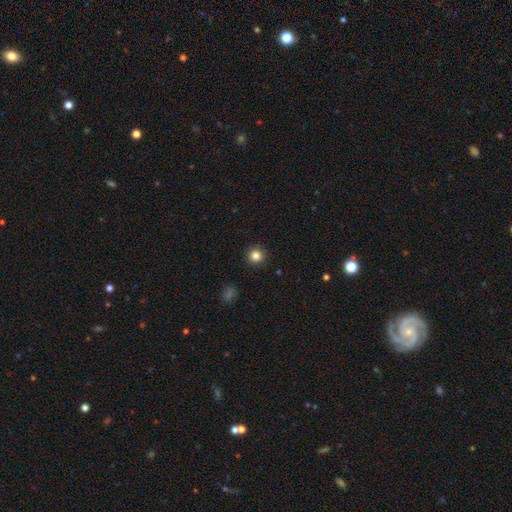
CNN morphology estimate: smooth 84%, star or artifact 12%, featured or disk 4%. Down the decision tree: how rounded — round (94%); merging — none (92%).